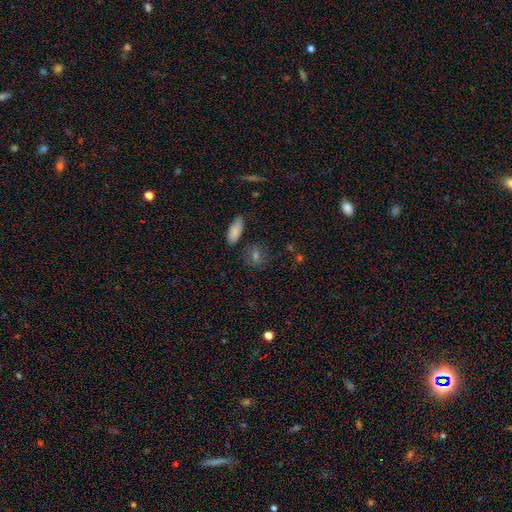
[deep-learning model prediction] smooth 64%, star or artifact 21%, featured or disk 15%. Down the decision tree: how rounded — round (55%); merging — none (75%).